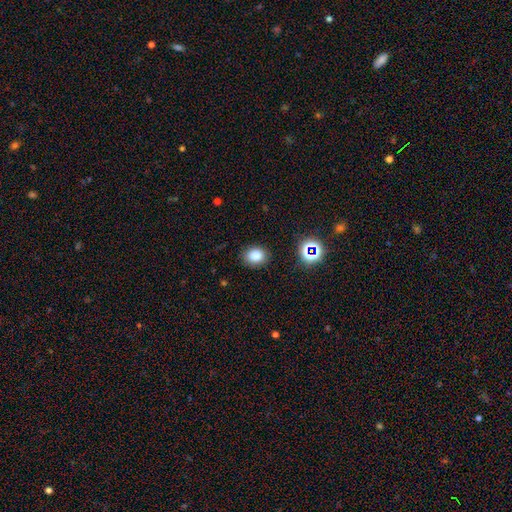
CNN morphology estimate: Smooth or featured? Predicted: smooth (p=0.80). How rounded? Predicted: round (p=0.55). Merging? Predicted: none (p=0.84).